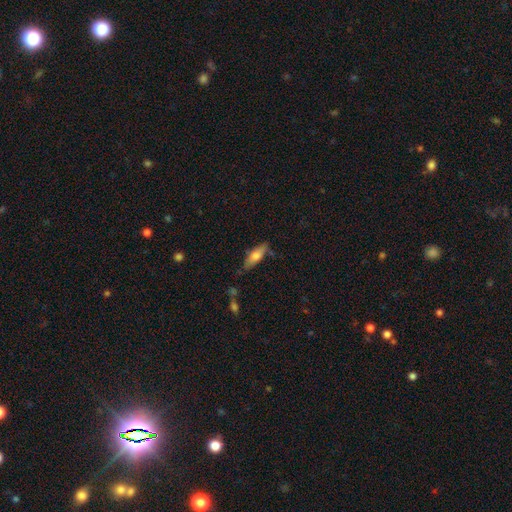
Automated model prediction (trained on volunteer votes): The model was most divided on "how rounded": in between: 51%, cigar-shaped: 46%, round: 2%. More confident: merging — none (70%); smooth or featured — smooth (67%).